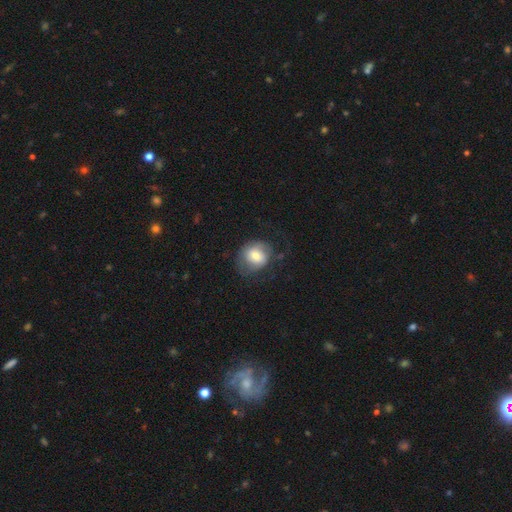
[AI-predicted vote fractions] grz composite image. It shows a smooth galaxy with no disk features (64%) that is round (74%). Merging: none (55%).